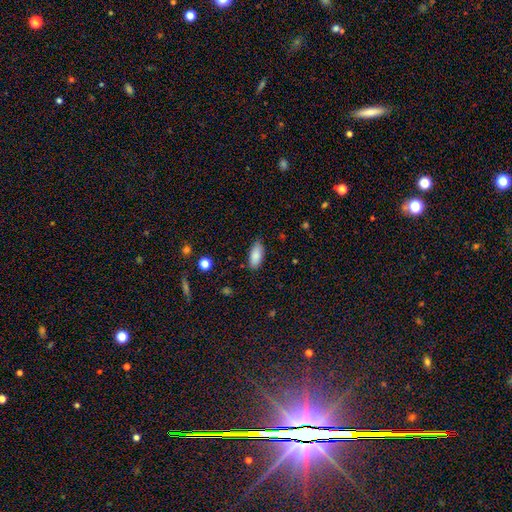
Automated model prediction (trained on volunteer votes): A smooth galaxy with no disk features (86%) that is in between round and cigar-shaped (87%). Merging: none (83%).